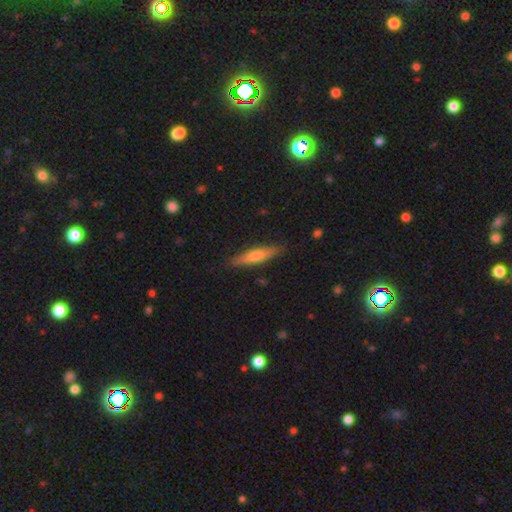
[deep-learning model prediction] A smooth galaxy with no disk features (58%) that is cigar-shaped (85%). Merging: none (87%).